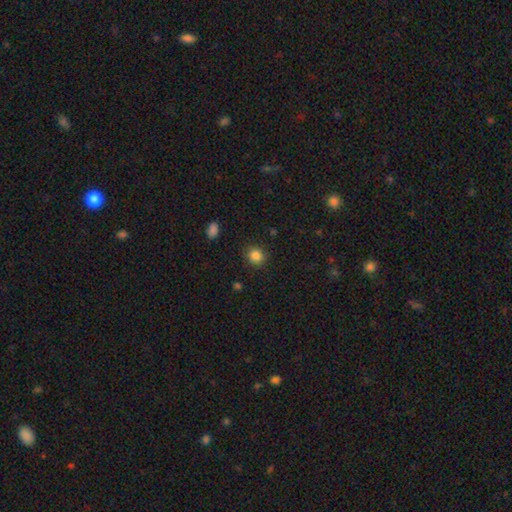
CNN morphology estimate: Q: Smooth or featured?
A: smooth (85%); runner-up: star or artifact (11%)
Q: How rounded?
A: round (86%); runner-up: in between (13%)
Q: Merging?
A: none (89%); runner-up: minor disturbance (7%)